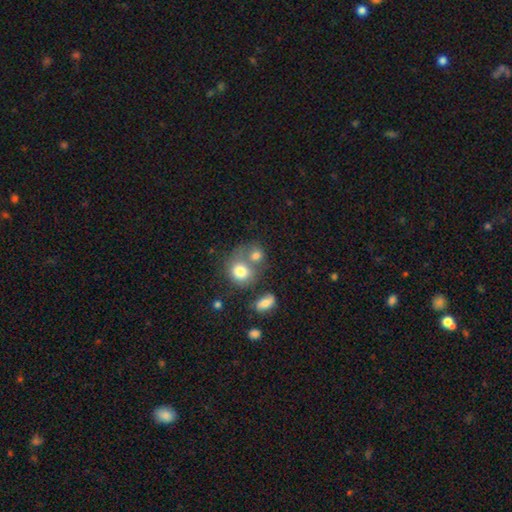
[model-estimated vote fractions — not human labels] Morphology: type=smooth (76%); roundness=round (68%); merging=merger (51%).